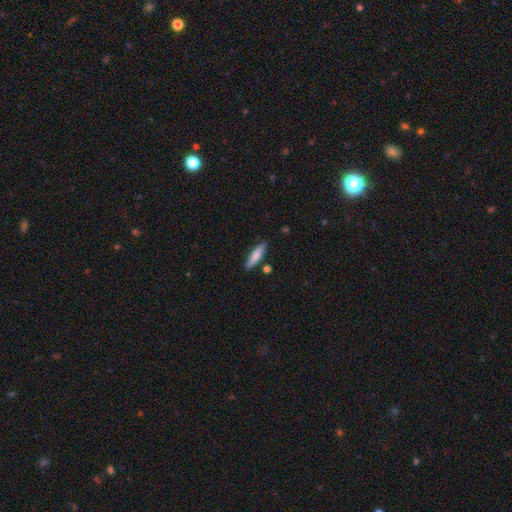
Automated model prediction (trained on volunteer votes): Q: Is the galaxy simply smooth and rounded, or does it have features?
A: smooth — 76%.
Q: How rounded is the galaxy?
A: cigar-shaped — 77%.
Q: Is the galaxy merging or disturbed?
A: none — 83%.